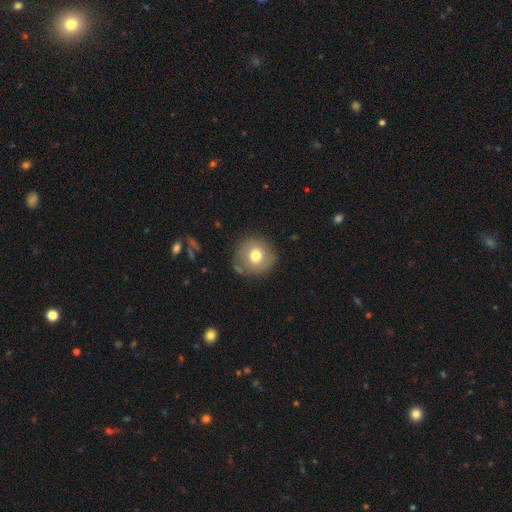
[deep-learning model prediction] This appears to be a smooth galaxy with no disk features (72%) that is round (93%). Merging: none (81%).